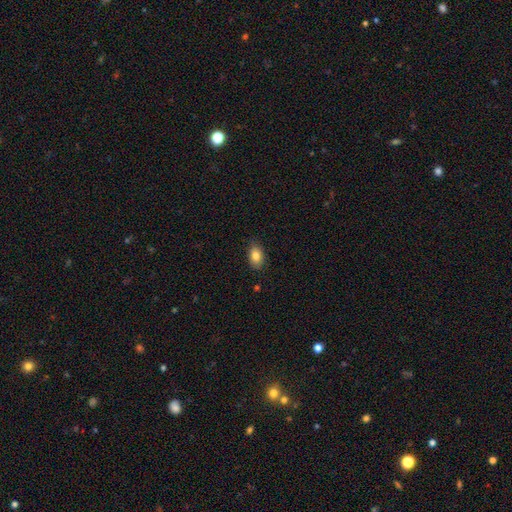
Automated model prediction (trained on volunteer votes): A smooth galaxy with no disk features (84%) that is in between round and cigar-shaped (86%).

Vote fractions:
- Smooth or featured? smooth: 84% / star or artifact: 8% / featured or disk: 8%
- How rounded? in between: 86% / round: 12% / cigar-shaped: 2%
- Merging? none: 85% / minor disturbance: 12% / major disturbance: 2% / merger: 1%